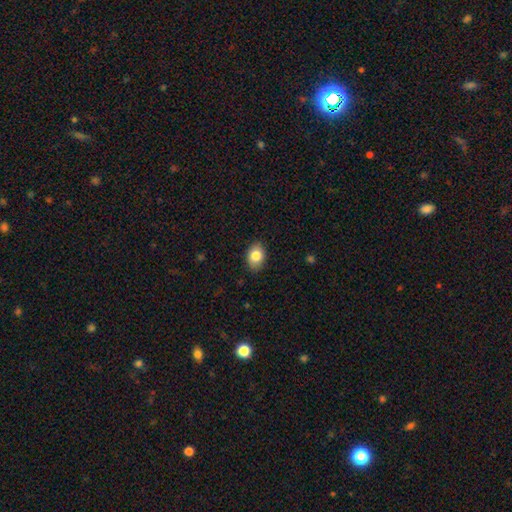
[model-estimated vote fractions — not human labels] Smooth or featured?
  - smooth: 82% *
  - featured or disk: 9%
  - star or artifact: 8%
How rounded?
  - in between: 77% *
  - round: 22%
  - cigar-shaped: 1%
Merging?
  - none: 87% *
  - minor disturbance: 10%
  - major disturbance: 2%
  - merger: 1%